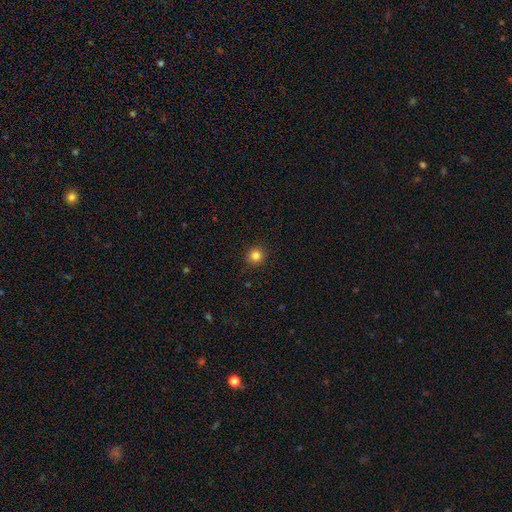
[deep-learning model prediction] Morphology: type=smooth (83%); roundness=round (94%); merging=none (92%).